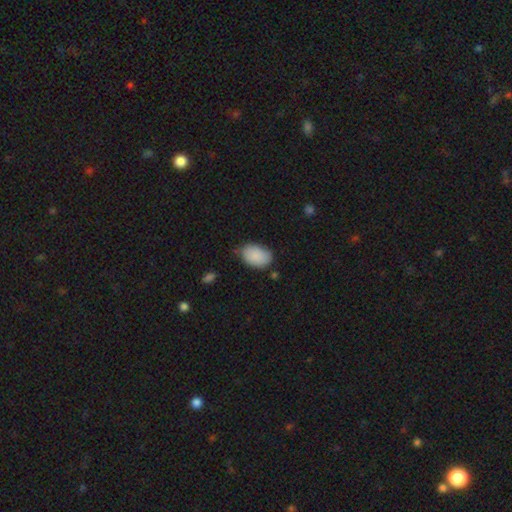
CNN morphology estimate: Smooth or featured?
  - smooth: 88% *
  - star or artifact: 6%
  - featured or disk: 5%
How rounded?
  - in between: 88% *
  - round: 10%
  - cigar-shaped: 1%
Merging?
  - none: 68% *
  - minor disturbance: 25%
  - major disturbance: 4%
  - merger: 3%